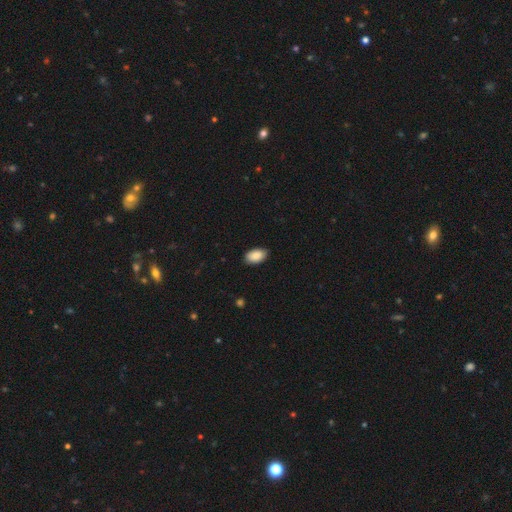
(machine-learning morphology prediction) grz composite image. It shows a smooth galaxy with no disk features (89%) that is in between round and cigar-shaped (94%). Merging: none (85%).